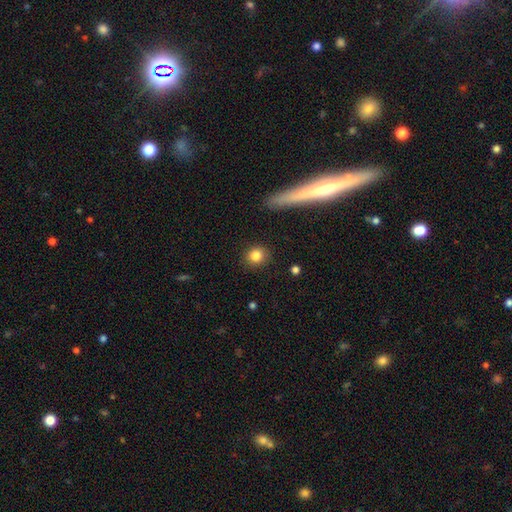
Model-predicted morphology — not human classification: The model was most divided on "how rounded": round: 85%, in between: 13%, cigar-shaped: 2%. More confident: merging — none (89%); smooth or featured — smooth (84%).